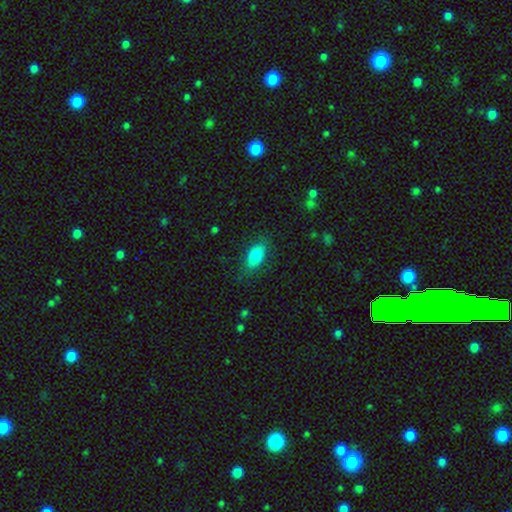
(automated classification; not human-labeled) Overall: smooth (80%). How rounded: in between (87%). Merging: none (80%).